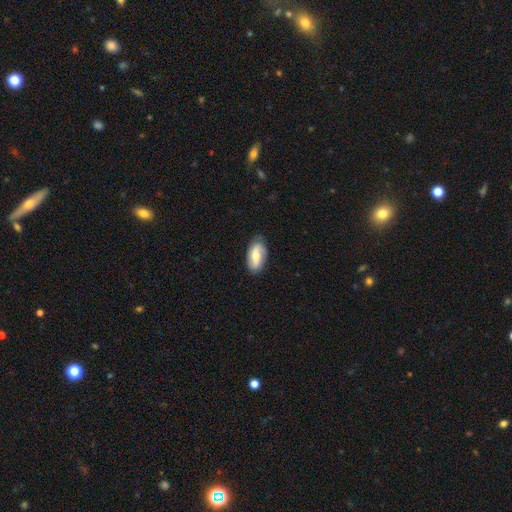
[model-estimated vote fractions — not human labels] The model was most divided on "smooth or featured": featured or disk: 53%, smooth: 41%, star or artifact: 6%. More confident: edge-on disk — no (93%); merging — none (82%).